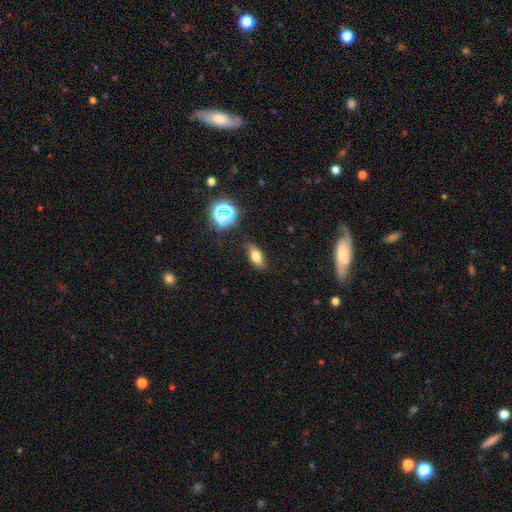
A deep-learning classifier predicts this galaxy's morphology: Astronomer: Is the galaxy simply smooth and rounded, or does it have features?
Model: smooth — 74%.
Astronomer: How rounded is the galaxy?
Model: in between — 80%.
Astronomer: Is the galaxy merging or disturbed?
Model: none — 82%.